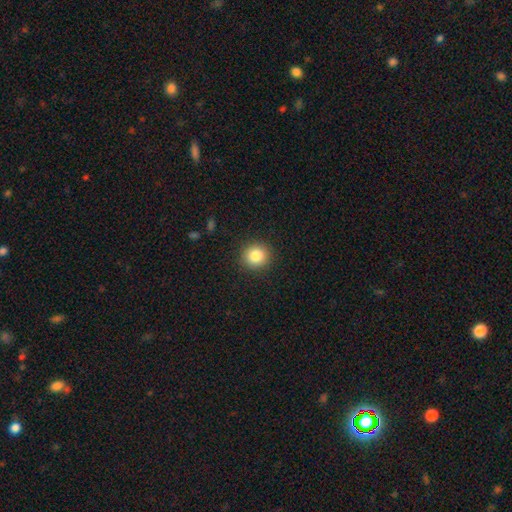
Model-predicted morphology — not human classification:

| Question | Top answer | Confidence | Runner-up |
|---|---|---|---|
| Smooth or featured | smooth | 84% | star or artifact (10%) |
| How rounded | round | 90% | in between (9%) |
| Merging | none | 91% | minor disturbance (6%) |